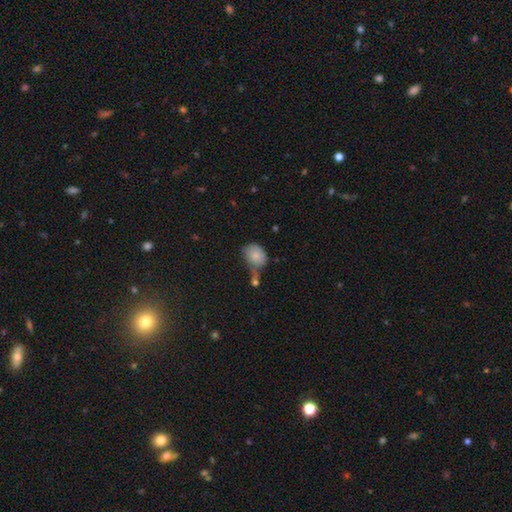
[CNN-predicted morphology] Overall: smooth (78%). How rounded: in between (64%; round 35%). Merging: none (33%; merger 27%).